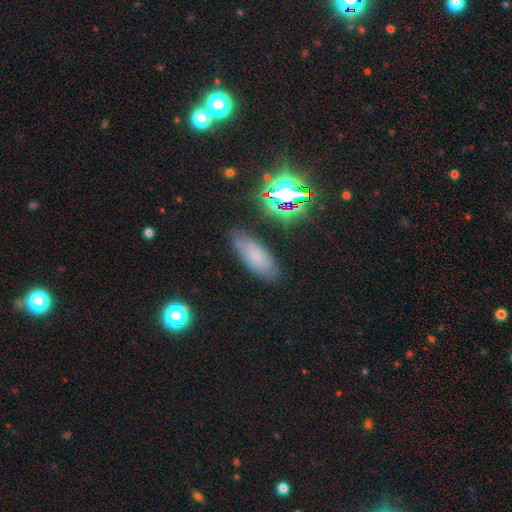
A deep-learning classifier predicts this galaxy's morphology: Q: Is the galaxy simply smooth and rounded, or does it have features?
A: smooth — 67%.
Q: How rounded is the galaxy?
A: in between — 76%.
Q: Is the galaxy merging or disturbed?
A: none — 78%.